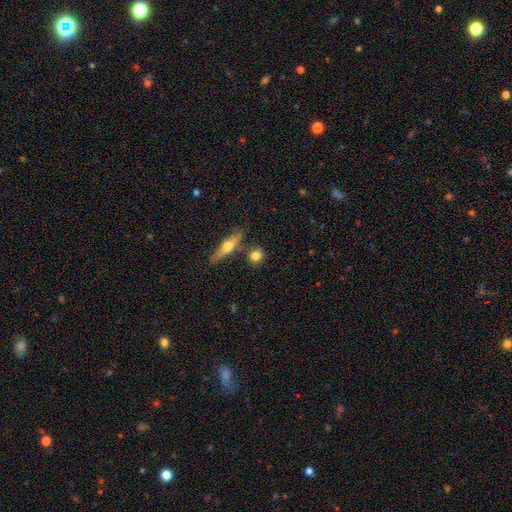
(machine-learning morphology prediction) Smooth or featured? Predicted: smooth (p=0.74). How rounded? Predicted: round (p=0.68). Merging? Predicted: none (p=0.74).